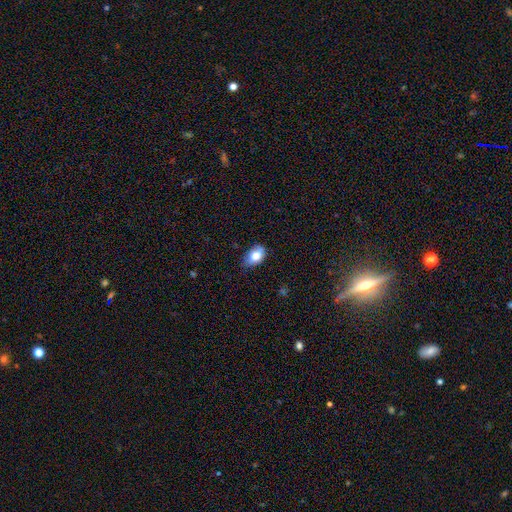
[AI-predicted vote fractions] Smooth or featured: smooth — 77% (featured or disk — 15%)
How rounded: in between — 84% (round — 15%)
Merging: none — 60% (minor disturbance — 32%)